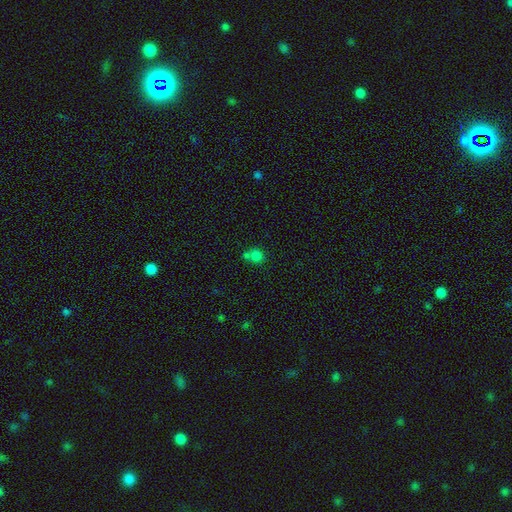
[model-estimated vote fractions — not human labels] A smooth galaxy with no disk features (78%) that is round (83%). Merging: none (50%).